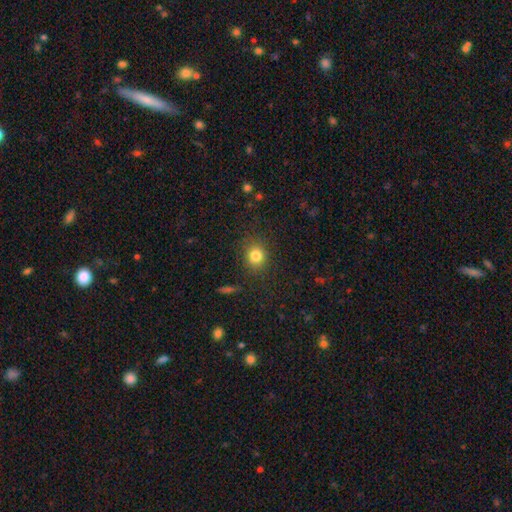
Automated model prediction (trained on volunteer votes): This appears to be a smooth galaxy with no disk features (82%) that is round (79%). Merging: none (87%).